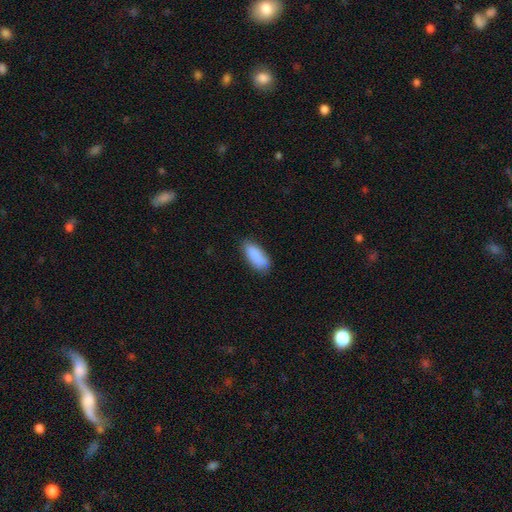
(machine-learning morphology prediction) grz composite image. It shows a smooth galaxy with no disk features (89%) that is in between round and cigar-shaped (86%). Merging: none (74%).